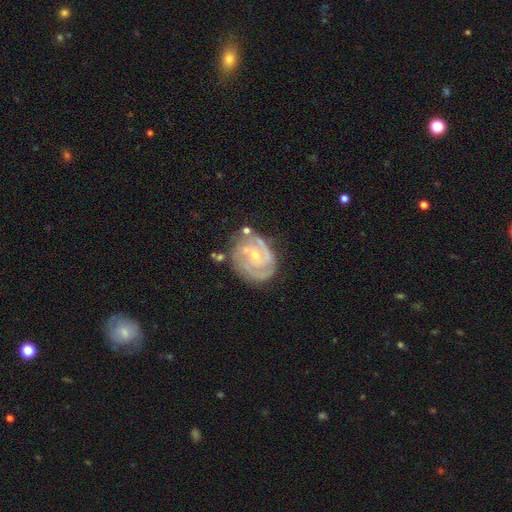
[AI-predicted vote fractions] Overall: featured or disk (85%). Edge-on disk: no (98%). Bar: no (59%; weak 34%). Spiral arms: yes (94%). Spiral arm count: 2 (40%; 3 26%). Spiral winding: tight (61%; medium 32%). Bulge size: small (68%; moderate 29%). Merging: none (64%).